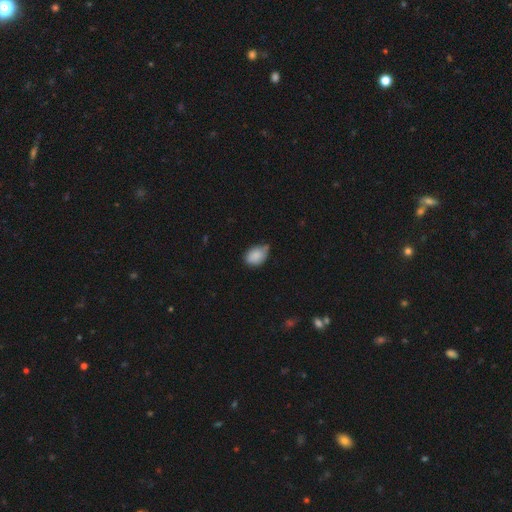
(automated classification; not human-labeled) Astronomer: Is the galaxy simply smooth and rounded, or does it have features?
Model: smooth — 85%.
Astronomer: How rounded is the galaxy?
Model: in between — 78%.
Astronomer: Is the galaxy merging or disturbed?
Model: minor disturbance — 48% (runner-up: none, 41%).